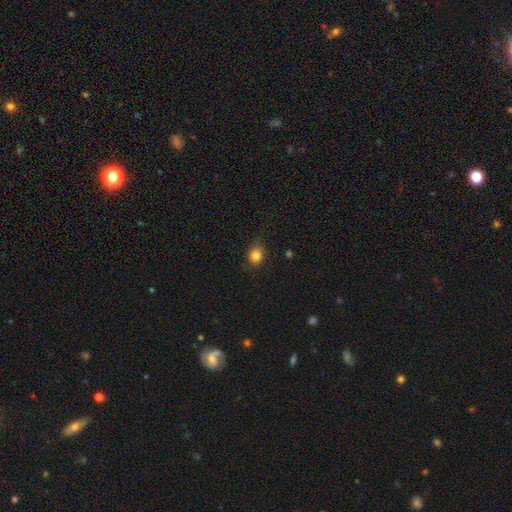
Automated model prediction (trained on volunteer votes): smooth_or_featured: smooth (p=0.82) [alt: star or artifact p=0.12]
how_rounded: round (p=0.63) [alt: in between p=0.36]
merging: none (p=0.76) [alt: minor disturbance p=0.19]